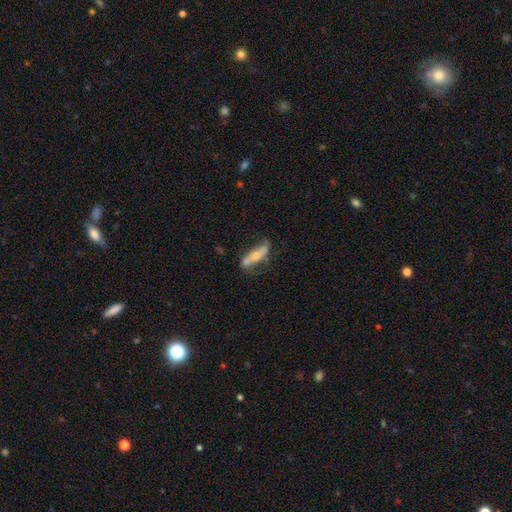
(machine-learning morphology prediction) A featured or disk galaxy (52%) viewed edge-on (52%).

Vote fractions:
- Smooth or featured? featured or disk: 52% / smooth: 42% / star or artifact: 6%
- Edge-on disk? yes: 52% / no: 48%
- Merging? none: 57% / minor disturbance: 26% / major disturbance: 11% / merger: 6%